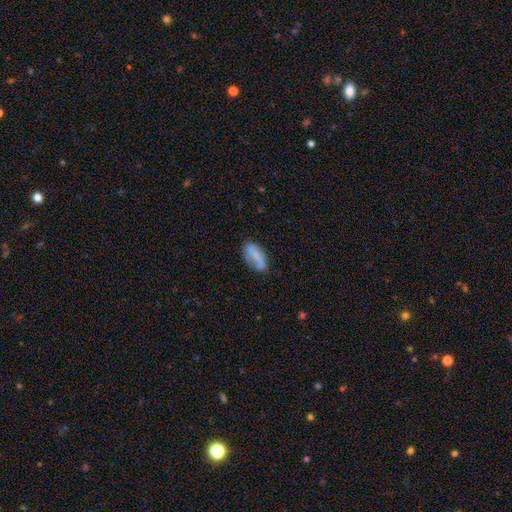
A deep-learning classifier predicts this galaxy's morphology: Smooth or featured? Predicted: smooth (p=0.71). How rounded? Predicted: in between (p=0.84). Merging? Predicted: none (p=0.58).